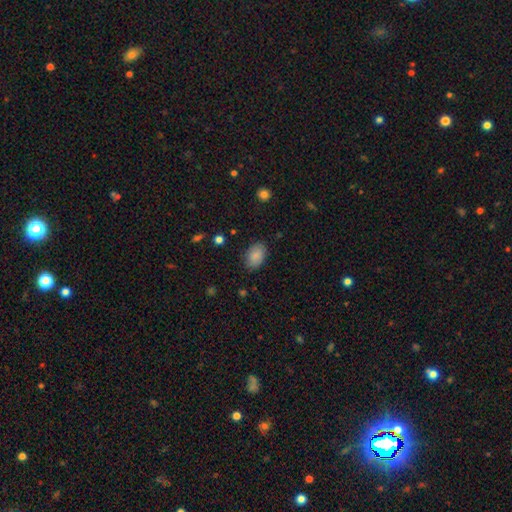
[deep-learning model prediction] This appears to be a smooth galaxy with no disk features (87%) that is in between round and cigar-shaped (88%). Merging: none (84%).